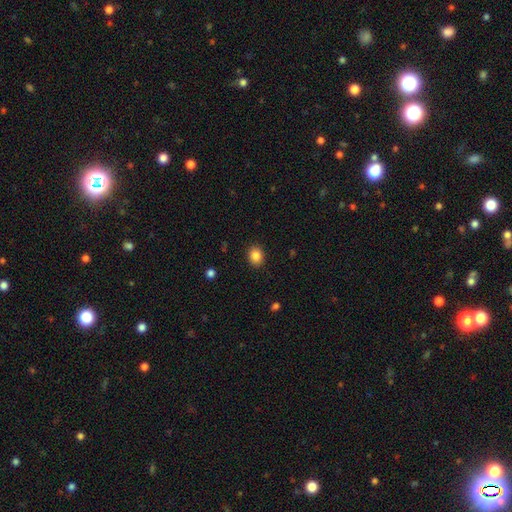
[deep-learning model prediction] Smooth or featured: smooth — 86% (star or artifact — 10%)
How rounded: round — 51% (in between — 48%)
Merging: none — 90% (minor disturbance — 7%)